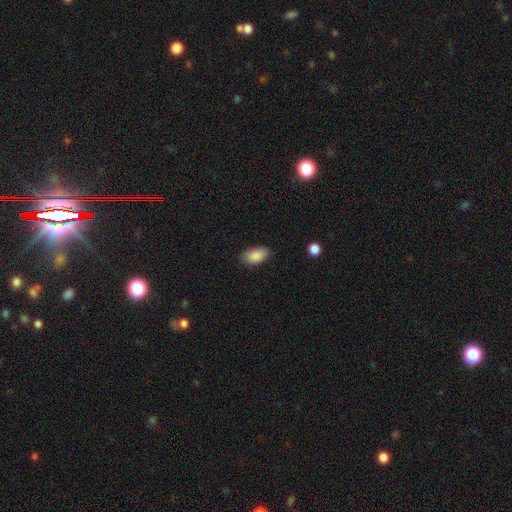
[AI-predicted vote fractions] Smooth or featured? Predicted: smooth (p=0.89). How rounded? Predicted: in between (p=0.93). Merging? Predicted: none (p=0.82).